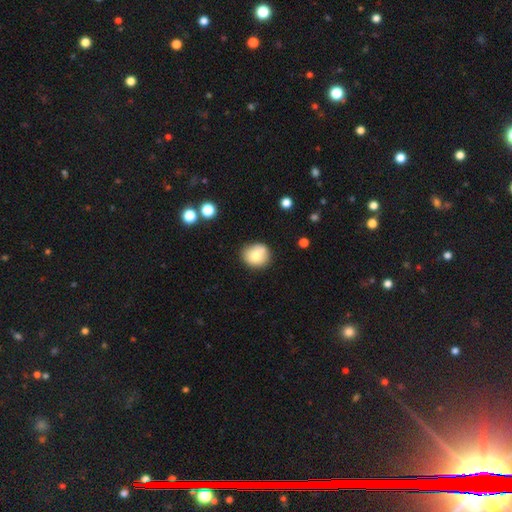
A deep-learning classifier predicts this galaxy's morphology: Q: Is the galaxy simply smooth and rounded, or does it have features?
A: smooth — 72%.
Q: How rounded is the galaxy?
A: round — 81%.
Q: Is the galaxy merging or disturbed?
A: none — 71%.